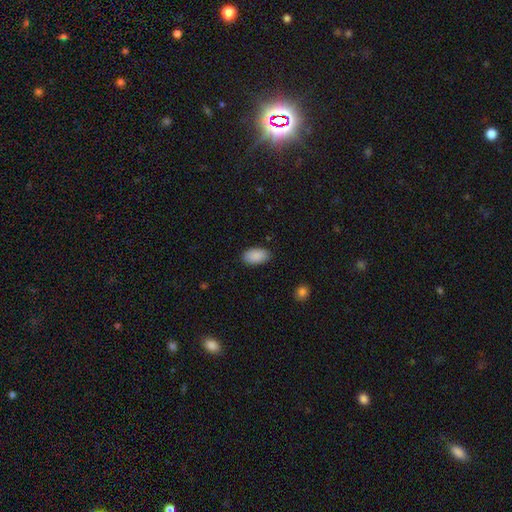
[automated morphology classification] Smooth or featured? Predicted: smooth (p=0.90). How rounded? Predicted: in between (p=0.95). Merging? Predicted: none (p=0.87).